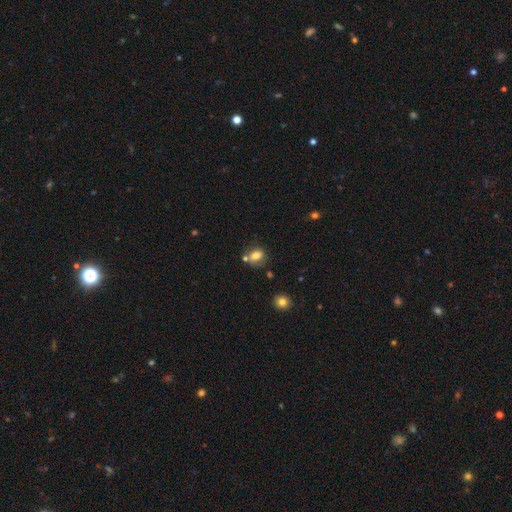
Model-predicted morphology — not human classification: smooth 74%, featured or disk 15%, star or artifact 11%. Down the decision tree: how rounded — in between (59%); merging — none (55%).